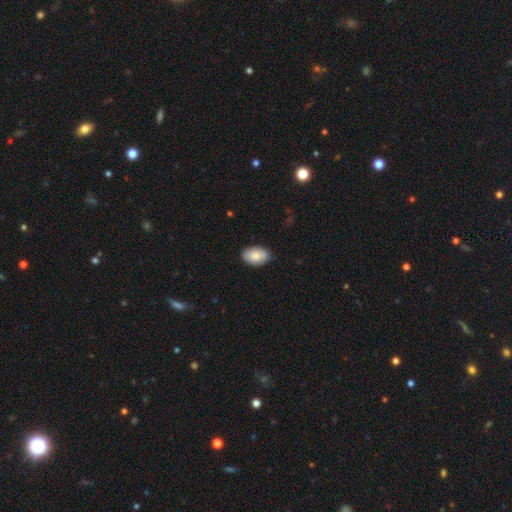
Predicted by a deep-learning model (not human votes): This is clearly a smooth galaxy (85%). How rounded: clearly in between (92%). Merging: clearly none (85%).